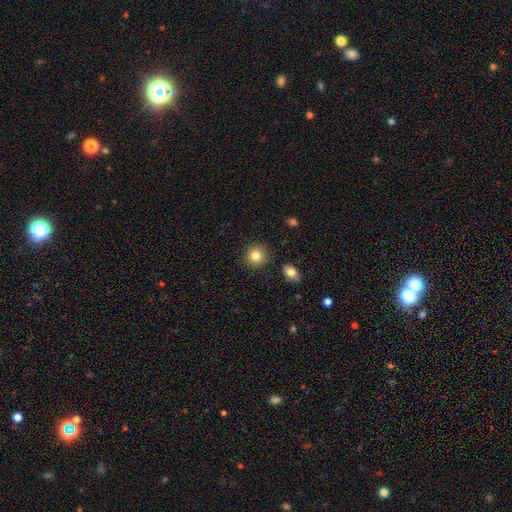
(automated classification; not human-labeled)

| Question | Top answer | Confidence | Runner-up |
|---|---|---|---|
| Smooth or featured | smooth | 83% | star or artifact (10%) |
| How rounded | round | 89% | in between (10%) |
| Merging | none | 87% | minor disturbance (8%) |